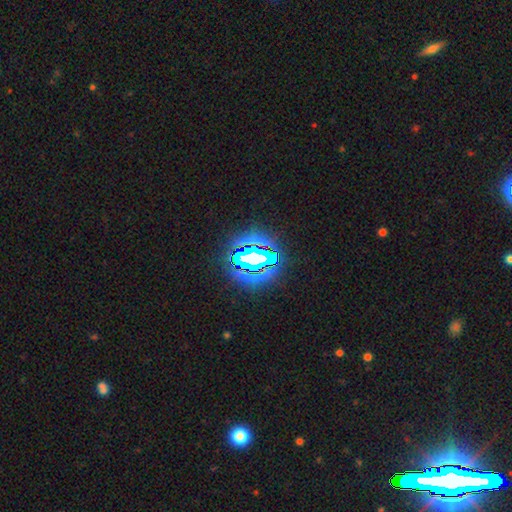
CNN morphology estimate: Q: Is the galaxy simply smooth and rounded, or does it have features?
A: star or artifact — 70%.